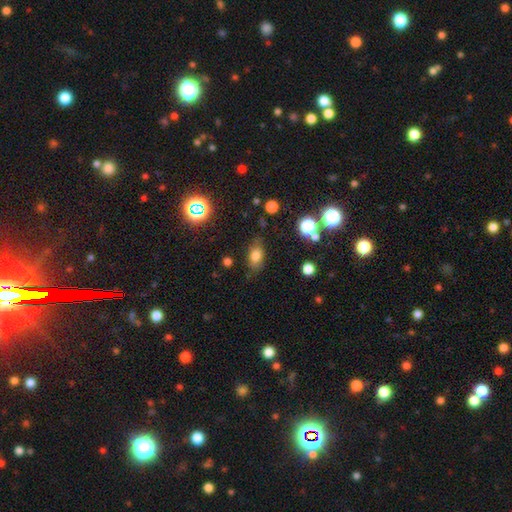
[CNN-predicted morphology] This appears to be a smooth galaxy with no disk features (75%) that is in between round and cigar-shaped (82%). Merging: none (74%).